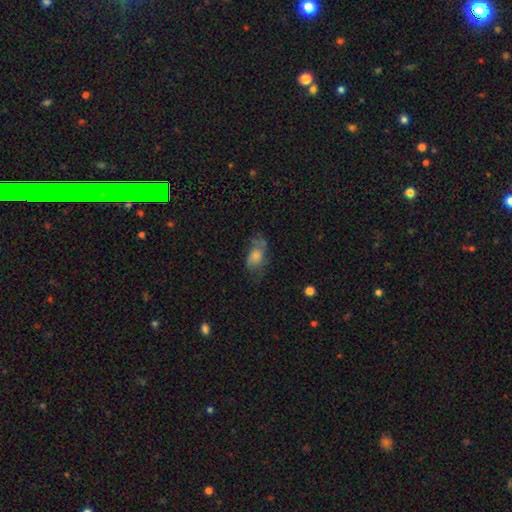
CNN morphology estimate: Smooth or featured: smooth — 49% (featured or disk — 38%)
Merging: none — 53% (minor disturbance — 25%)